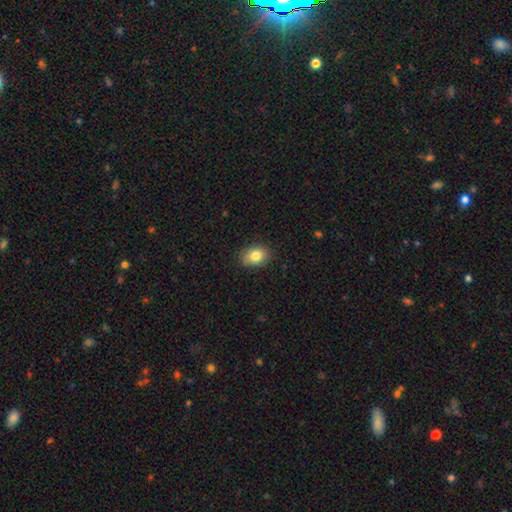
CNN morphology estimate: Smooth or featured?
  - smooth: 83% *
  - featured or disk: 9%
  - star or artifact: 9%
How rounded?
  - in between: 71% *
  - round: 28%
  - cigar-shaped: 1%
Merging?
  - none: 83% *
  - minor disturbance: 13%
  - major disturbance: 2%
  - merger: 1%